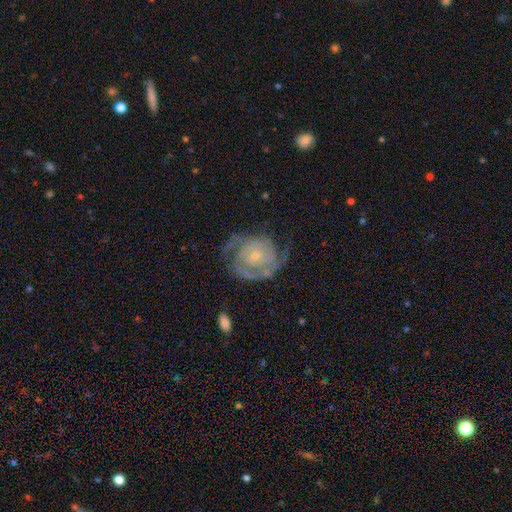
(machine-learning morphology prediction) smooth_or_featured: featured or disk (p=0.87) [alt: smooth p=0.08]
disk_edge_on: no (p=0.98) [alt: yes p=0.02]
bar: no (p=0.66) [alt: weak p=0.27]
has_spiral_arms: yes (p=0.95) [alt: no p=0.05]
spiral_winding: tight (p=0.60) [alt: medium p=0.32]
spiral_arm_count: 2 (p=0.60) [alt: can't tell p=0.16]
bulge_size: small (p=0.74) [alt: moderate p=0.20]
merging: none (p=0.65) [alt: minor disturbance p=0.20]